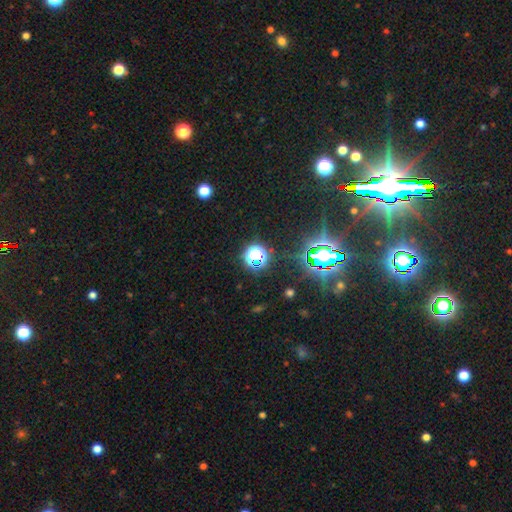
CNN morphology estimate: Smooth or featured? Predicted: star or artifact (p=0.66).